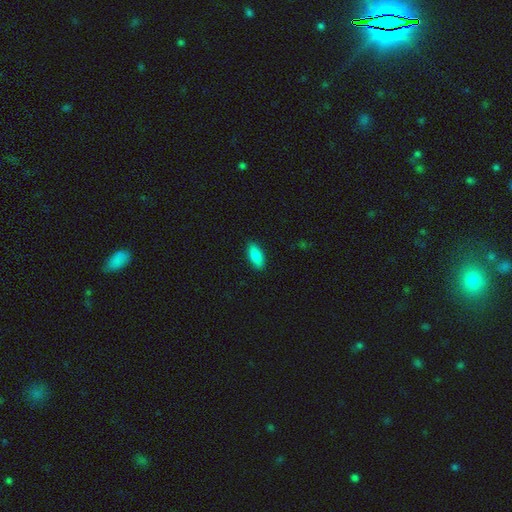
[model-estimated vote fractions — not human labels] Smooth or featured?
  - smooth: 88% *
  - star or artifact: 6%
  - featured or disk: 6%
How rounded?
  - in between: 78% *
  - cigar-shaped: 20%
  - round: 2%
Merging?
  - none: 89% *
  - minor disturbance: 8%
  - major disturbance: 2%
  - merger: 1%